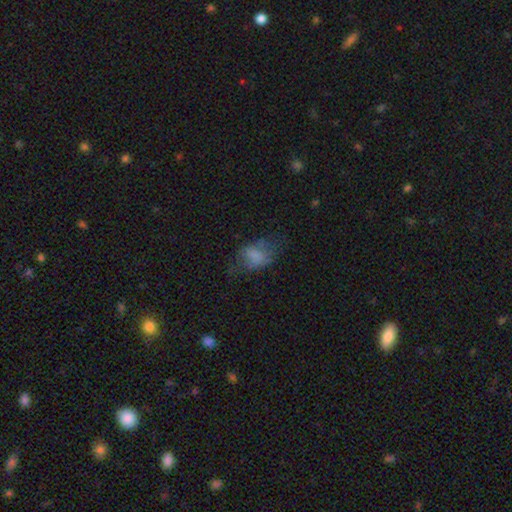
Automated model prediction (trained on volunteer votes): Smooth or featured? smooth (65%)
How rounded? in between (78%)
Merging? none (42%)